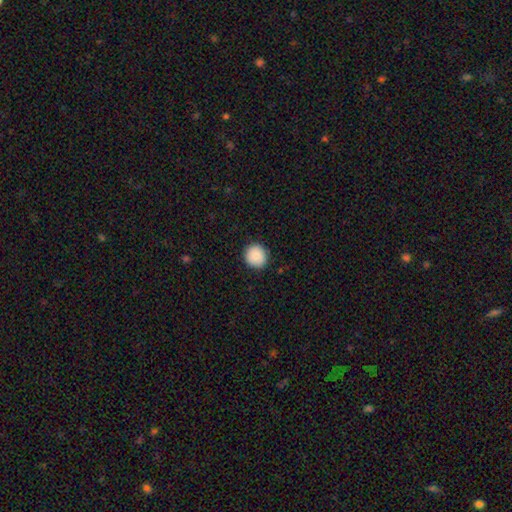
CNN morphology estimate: The model was most divided on "smooth or featured": smooth: 89%, star or artifact: 7%, featured or disk: 4%. More confident: how rounded — round (91%); merging — none (90%).